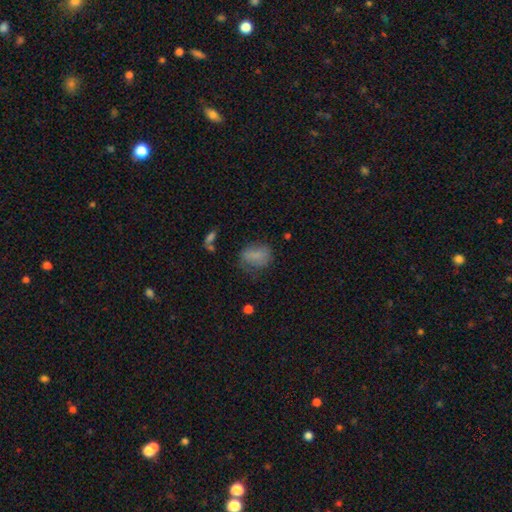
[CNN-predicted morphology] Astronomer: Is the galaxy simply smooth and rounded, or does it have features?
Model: smooth — 75%.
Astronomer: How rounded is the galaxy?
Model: in between — 66%.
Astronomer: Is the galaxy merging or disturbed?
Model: none — 54%.